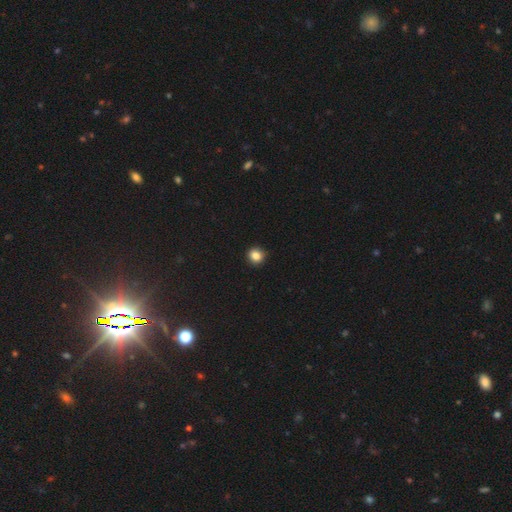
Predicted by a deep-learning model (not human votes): Overall: smooth (85%). How rounded: round (86%). Merging: none (91%).